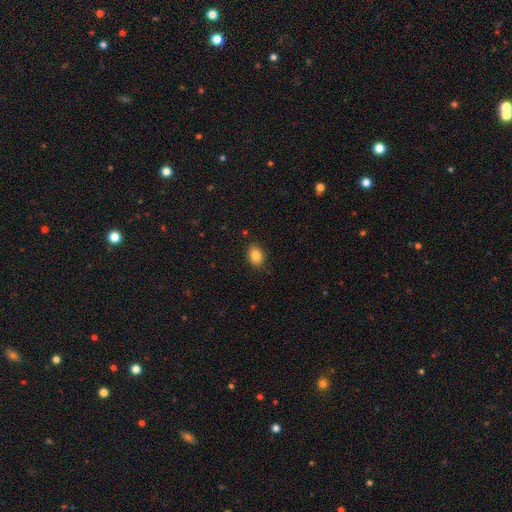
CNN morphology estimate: This is clearly a smooth galaxy (85%). How rounded: likely in between (73%). Merging: clearly none (87%).